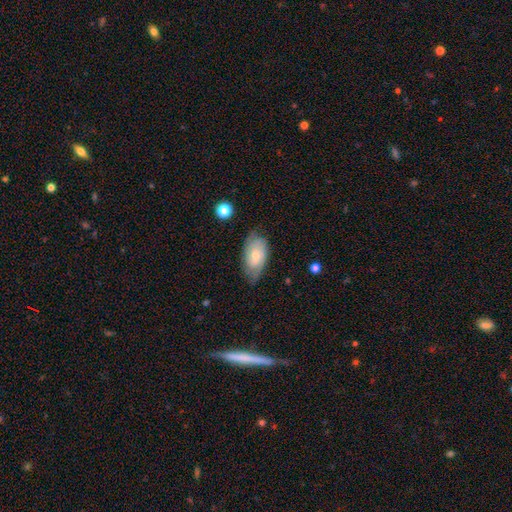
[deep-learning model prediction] Smooth or featured?
  - smooth: 54% *
  - featured or disk: 39%
  - star or artifact: 6%
How rounded?
  - in between: 92% *
  - round: 4%
  - cigar-shaped: 4%
Merging?
  - none: 66% *
  - minor disturbance: 26%
  - major disturbance: 6%
  - merger: 2%